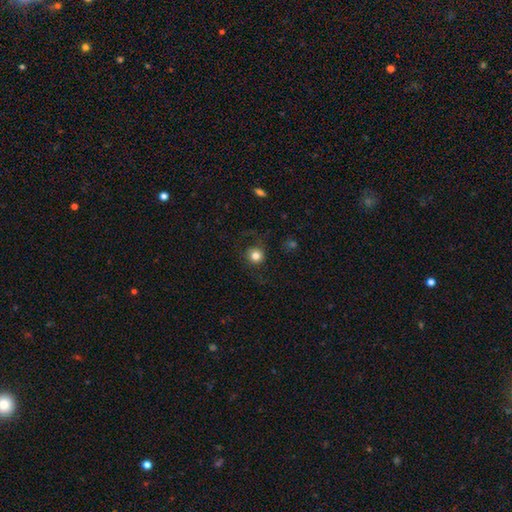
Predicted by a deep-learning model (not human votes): Smooth or featured?
  - smooth: 78% *
  - featured or disk: 11%
  - star or artifact: 11%
How rounded?
  - round: 91% *
  - in between: 8%
  - cigar-shaped: 1%
Merging?
  - none: 73% *
  - minor disturbance: 13%
  - major disturbance: 12%
  - merger: 1%